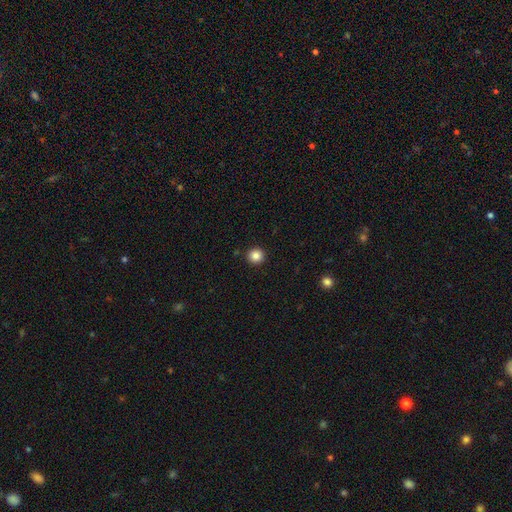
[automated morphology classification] smooth_or_featured: smooth (p=0.85) [alt: star or artifact p=0.11]
how_rounded: round (p=0.93) [alt: in between p=0.06]
merging: none (p=0.93) [alt: minor disturbance p=0.05]